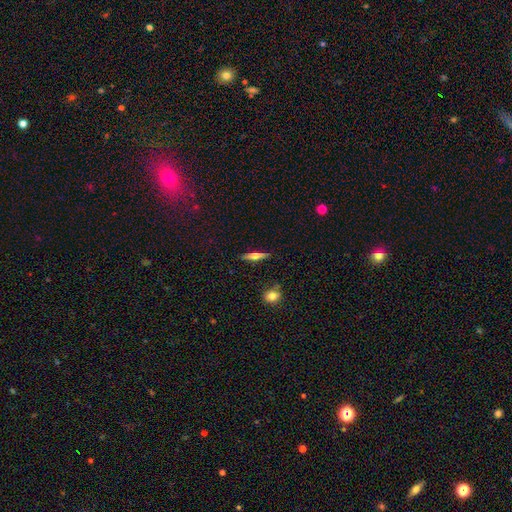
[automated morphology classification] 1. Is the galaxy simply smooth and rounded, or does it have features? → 56% featured or disk, 37% smooth, 7% star or artifact.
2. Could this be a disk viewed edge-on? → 95% yes, 5% no.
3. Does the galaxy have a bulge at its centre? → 92% rounded, 4% boxy, 4% none.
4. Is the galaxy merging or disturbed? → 88% none, 8% minor disturbance, 3% merger, 2% major disturbance.